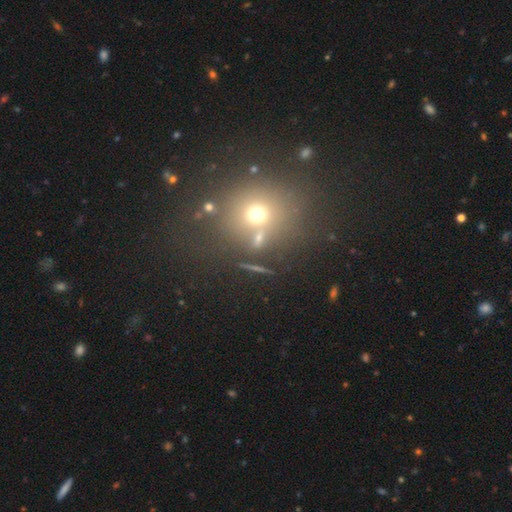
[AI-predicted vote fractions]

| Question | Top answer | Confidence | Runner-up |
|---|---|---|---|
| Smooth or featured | smooth | 51% | star or artifact (38%) |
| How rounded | round | 77% | in between (21%) |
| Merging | none | 78% | minor disturbance (10%) |